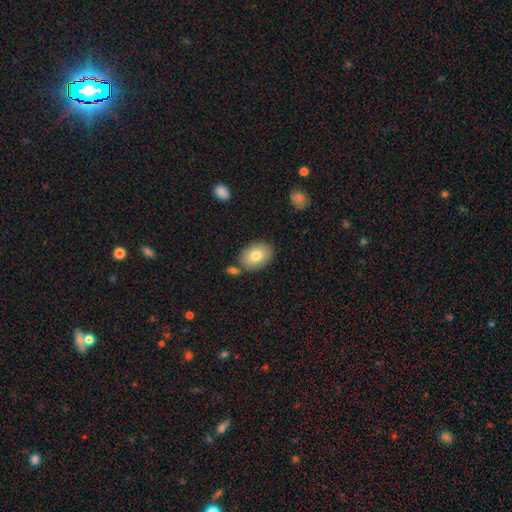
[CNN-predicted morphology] A smooth galaxy with no disk features (80%) that is in between round and cigar-shaped (83%).

Vote fractions:
- Smooth or featured? smooth: 80% / featured or disk: 13% / star or artifact: 7%
- How rounded? in between: 83% / round: 16% / cigar-shaped: 1%
- Merging? none: 77% / minor disturbance: 13% / merger: 7% / major disturbance: 3%